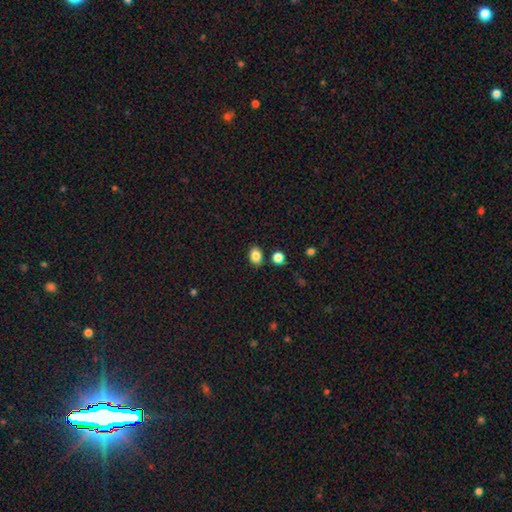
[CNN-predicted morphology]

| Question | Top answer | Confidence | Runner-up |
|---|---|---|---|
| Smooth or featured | smooth | 85% | star or artifact (10%) |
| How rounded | in between | 70% | round (29%) |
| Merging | none | 84% | minor disturbance (9%) |